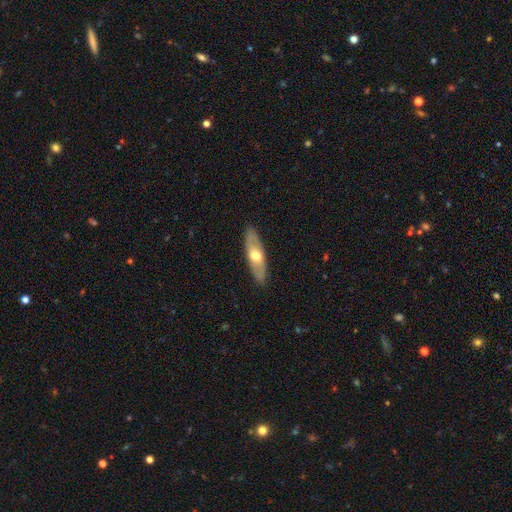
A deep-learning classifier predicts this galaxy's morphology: Smooth or featured? smooth (53%)
How rounded? in between (53%)
Merging? none (87%)